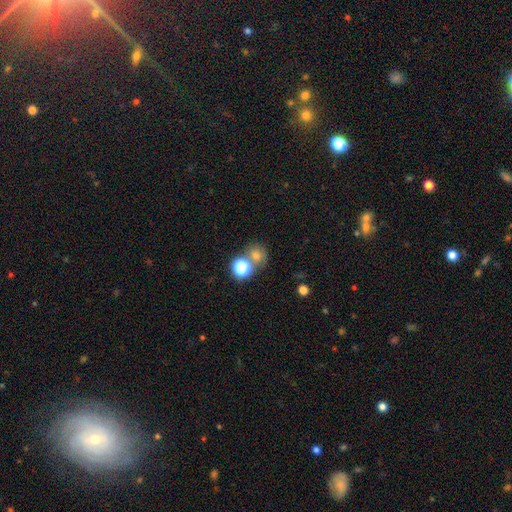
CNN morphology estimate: Overall: smooth (67%). How rounded: round (76%). Merging: none (55%; merger 31%).